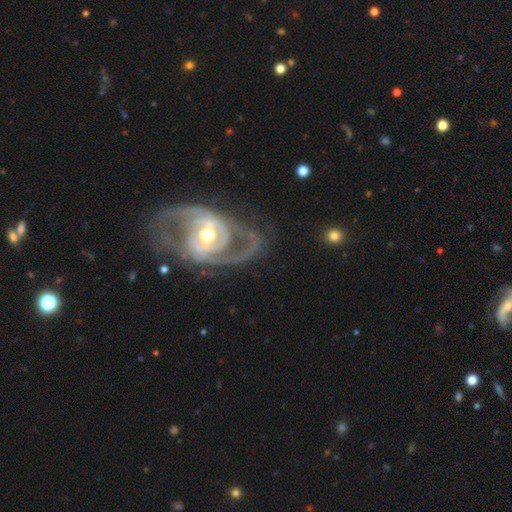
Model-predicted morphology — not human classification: This appears to be a featured or disk galaxy (86%) with a weak bar (38%), 2 (74%) medium (49%) spiral arms (91%) and a moderate central bulge (48%). Merging: none (68%).